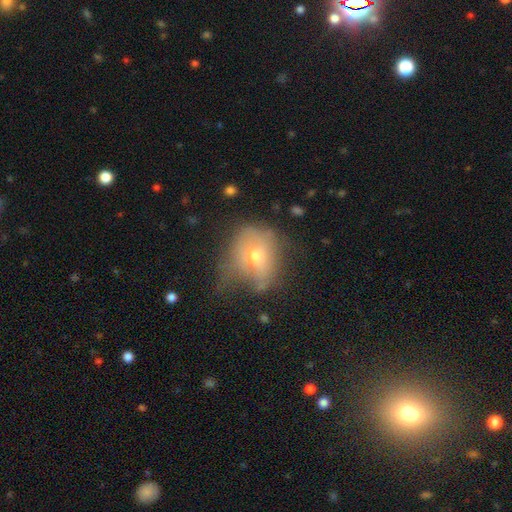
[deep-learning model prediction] This appears to be a smooth galaxy with no disk features (54%) that is round (60%). Merging: minor disturbance (34%).